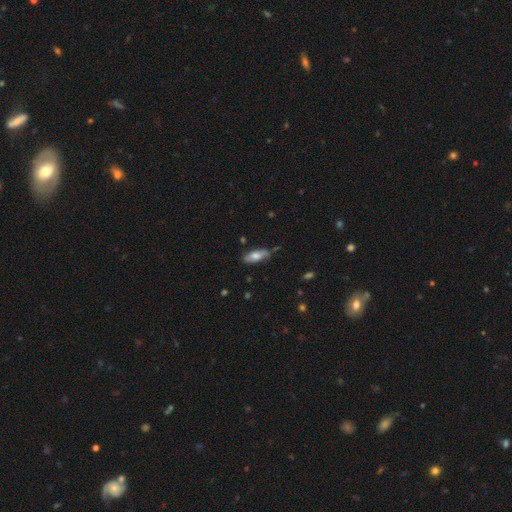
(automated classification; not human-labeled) This is likely a smooth galaxy (68%). How rounded: likely in between (69%). Merging: likely none (65%).